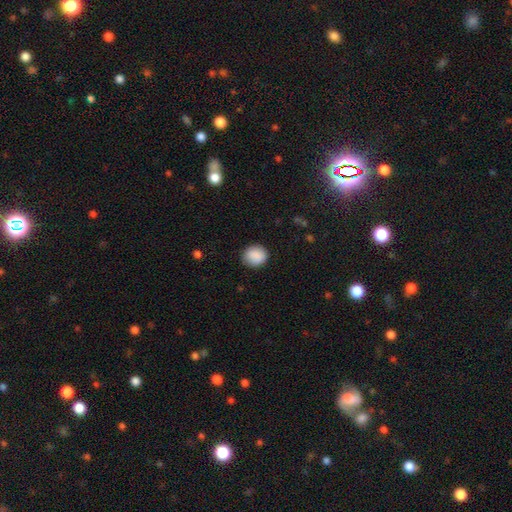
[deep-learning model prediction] Overall: smooth (89%). How rounded: round (76%). Merging: none (85%).